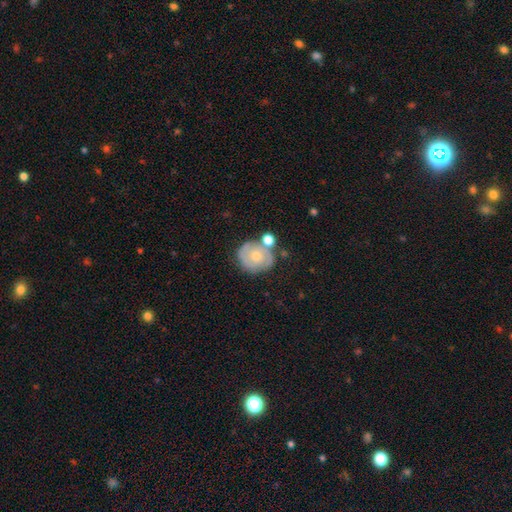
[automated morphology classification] Smooth or featured? featured or disk (51%)
Edge-on disk? no (97%)
Merging? none (57%)